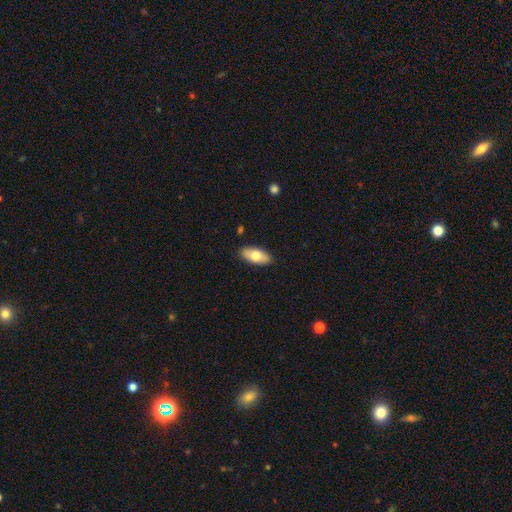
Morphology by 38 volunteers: smooth_or_featured: smooth (p=0.68) [alt: featured or disk p=0.26]
how_rounded: in between (p=0.85) [alt: cigar-shaped p=0.12]
merging: none (p=0.94) [alt: minor disturbance p=0.03]